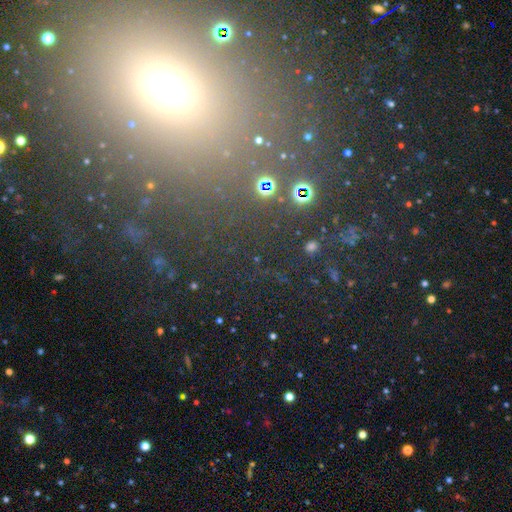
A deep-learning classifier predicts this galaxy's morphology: Smooth or featured: star or artifact — 52% (smooth — 37%)